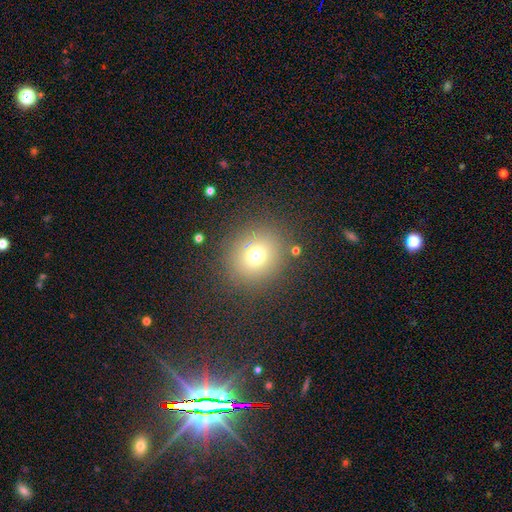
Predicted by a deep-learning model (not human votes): smooth 71%, star or artifact 18%, featured or disk 11%. Down the decision tree: how rounded — round (82%); merging — none (85%).